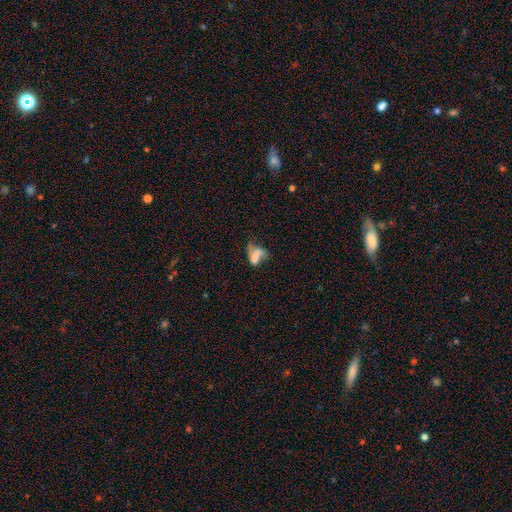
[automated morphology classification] smooth_or_featured: smooth (p=0.49) [alt: featured or disk p=0.37]
merging: merger (p=0.45) [alt: major disturbance p=0.21]